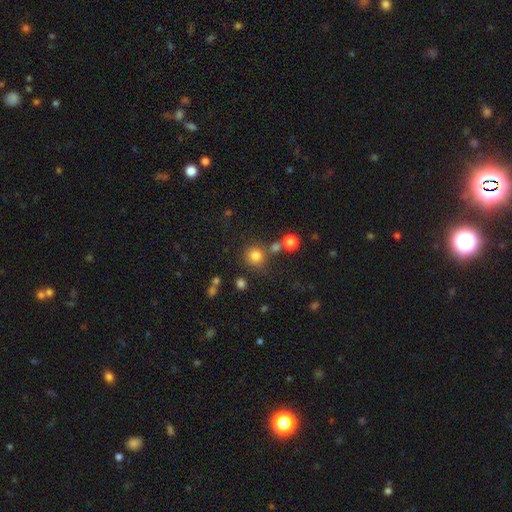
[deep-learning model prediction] Smooth or featured: smooth — 79% (star or artifact — 15%)
How rounded: round — 91% (in between — 8%)
Merging: none — 73% (merger — 13%)